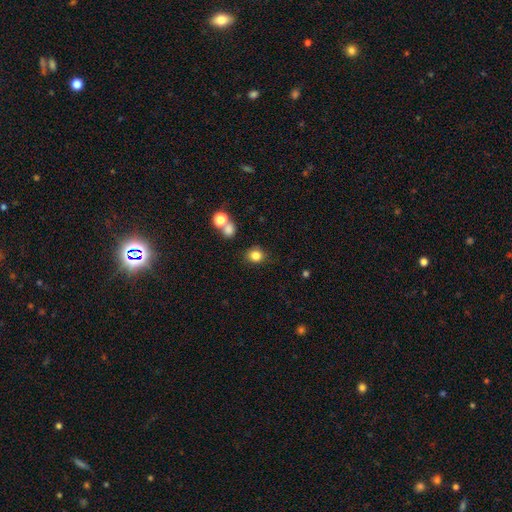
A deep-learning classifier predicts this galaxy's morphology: smooth 82%, star or artifact 12%, featured or disk 6%. Down the decision tree: how rounded — round (76%); merging — none (80%).